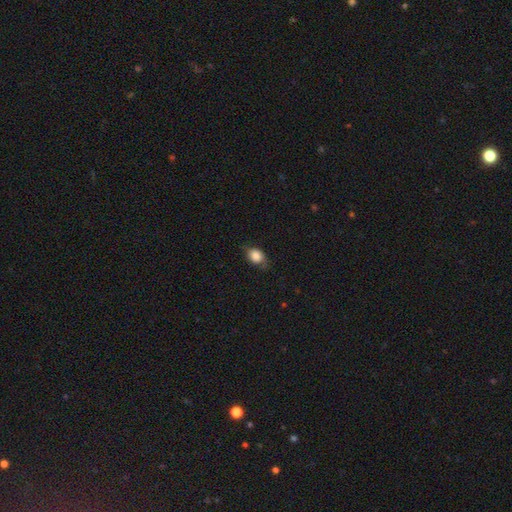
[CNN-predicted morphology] This is clearly a smooth galaxy (82%). How rounded: likely in between (64%). Merging: likely none (63%).